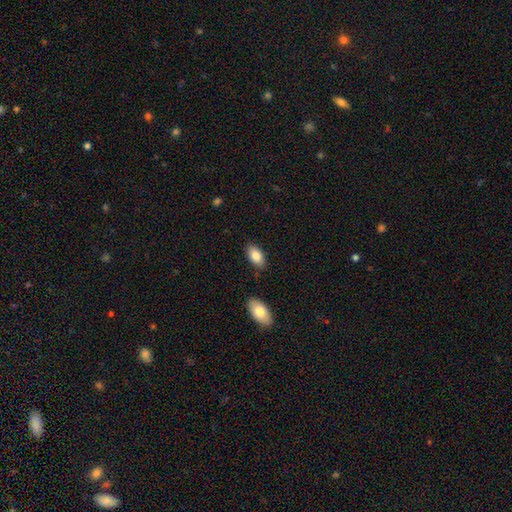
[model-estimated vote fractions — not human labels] Smooth or featured? smooth (85%)
How rounded? in between (94%)
Merging? none (84%)